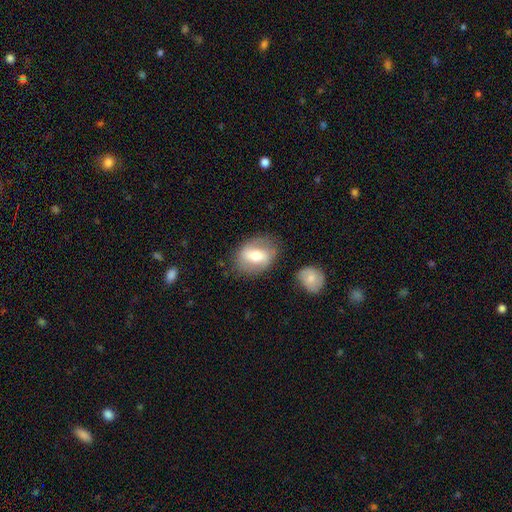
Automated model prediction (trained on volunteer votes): Smooth or featured? Predicted: smooth (p=0.49). Merging? Predicted: none (p=0.74).